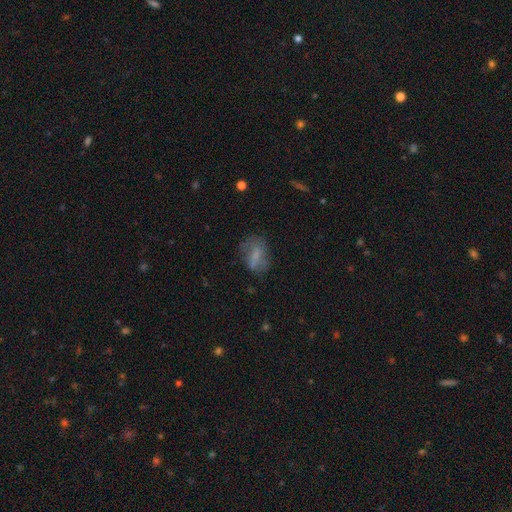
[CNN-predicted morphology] Smooth or featured: smooth — 56% (featured or disk — 33%)
How rounded: in between — 76% (round — 18%)
Merging: none — 53% (minor disturbance — 25%)